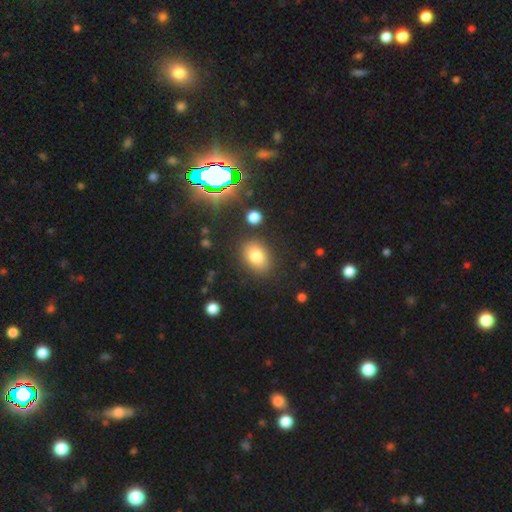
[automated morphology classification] Q: Smooth or featured?
A: smooth (79%); runner-up: star or artifact (11%)
Q: How rounded?
A: in between (74%); runner-up: round (24%)
Q: Merging?
A: none (82%); runner-up: minor disturbance (11%)